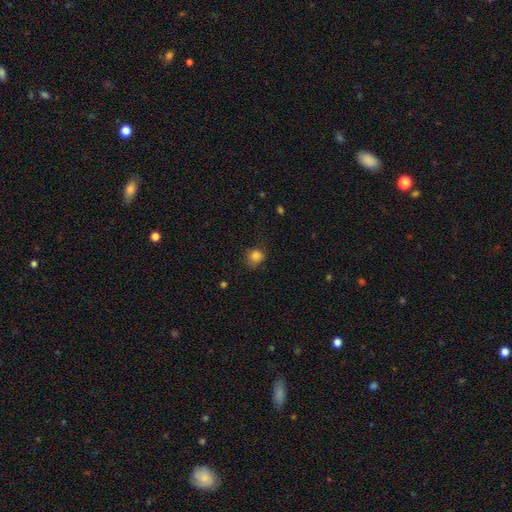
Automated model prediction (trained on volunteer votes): smooth 82%, star or artifact 12%, featured or disk 6%. Down the decision tree: how rounded — round (79%); merging — none (71%).